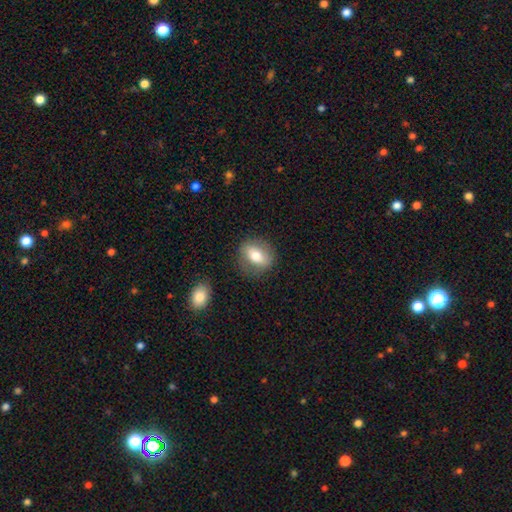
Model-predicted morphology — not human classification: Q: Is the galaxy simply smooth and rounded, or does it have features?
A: smooth — 65%.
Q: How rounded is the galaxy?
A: in between — 53%.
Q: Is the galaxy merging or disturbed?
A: none — 82%.